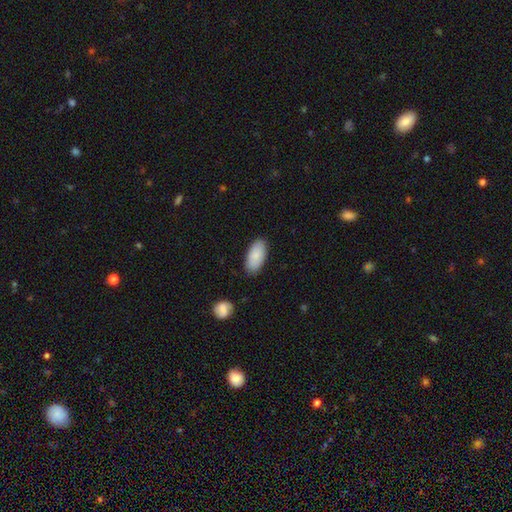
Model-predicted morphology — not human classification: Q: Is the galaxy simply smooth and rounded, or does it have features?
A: smooth — 86%.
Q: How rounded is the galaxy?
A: in between — 93%.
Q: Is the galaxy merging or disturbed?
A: none — 85%.